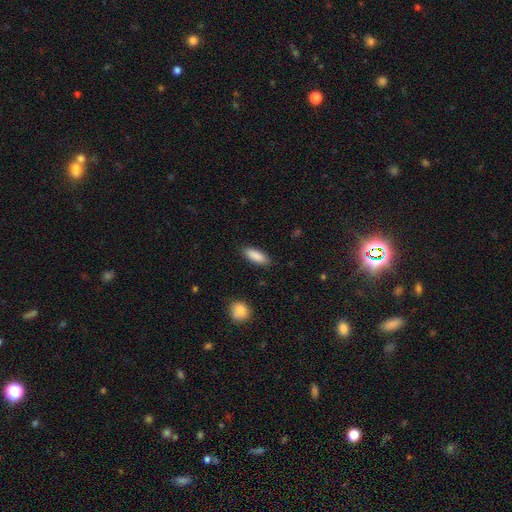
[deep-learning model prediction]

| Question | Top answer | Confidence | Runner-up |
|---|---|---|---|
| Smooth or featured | smooth | 89% | star or artifact (6%) |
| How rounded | in between | 67% | cigar-shaped (31%) |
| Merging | none | 88% | minor disturbance (9%) |